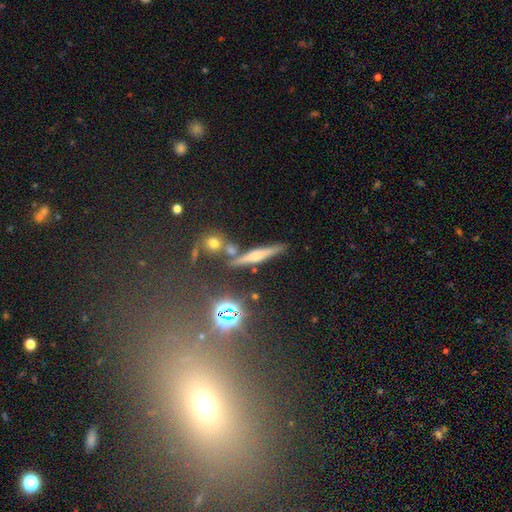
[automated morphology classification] Smooth or featured: featured or disk — 52% (smooth — 32%)
Edge-on disk: yes — 93% (no — 7%)
Merging: none — 76% (minor disturbance — 11%)